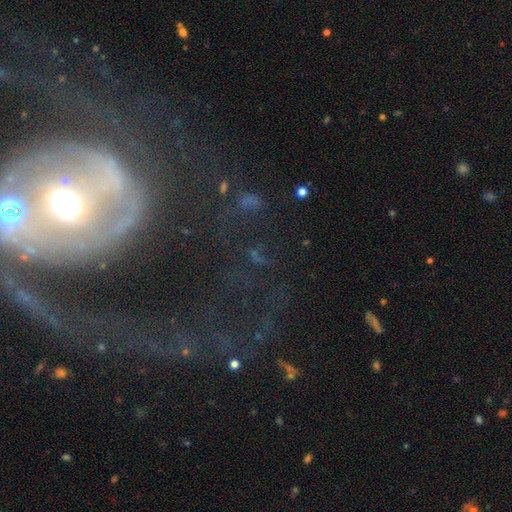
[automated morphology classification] This appears to be a star or artifact, not a galaxy (46%).